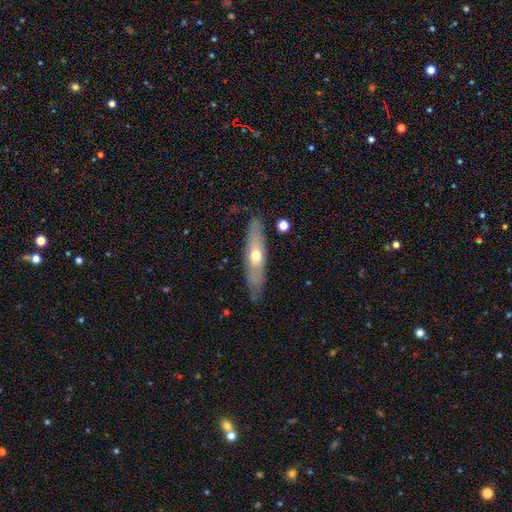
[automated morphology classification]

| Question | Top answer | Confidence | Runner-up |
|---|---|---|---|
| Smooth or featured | featured or disk | 50% | smooth (44%) |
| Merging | none | 80% | minor disturbance (15%) |